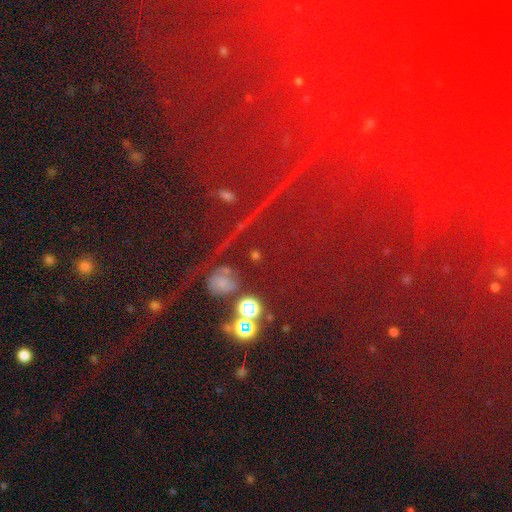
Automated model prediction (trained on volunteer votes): Smooth or featured?
  - star or artifact: 63% *
  - smooth: 24%
  - featured or disk: 13%